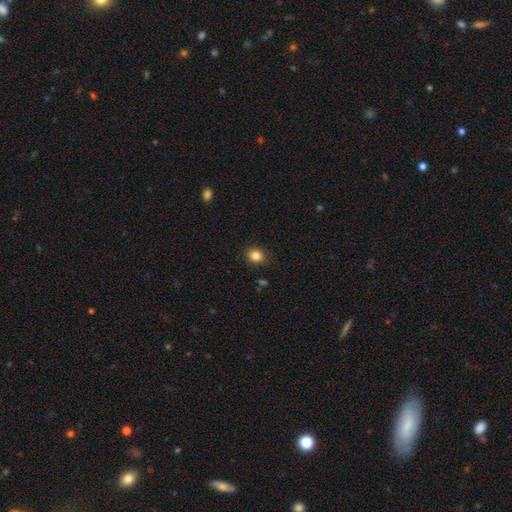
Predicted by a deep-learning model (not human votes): Q: Smooth or featured?
A: smooth (85%); runner-up: star or artifact (11%)
Q: How rounded?
A: round (68%); runner-up: in between (32%)
Q: Merging?
A: none (89%); runner-up: minor disturbance (8%)